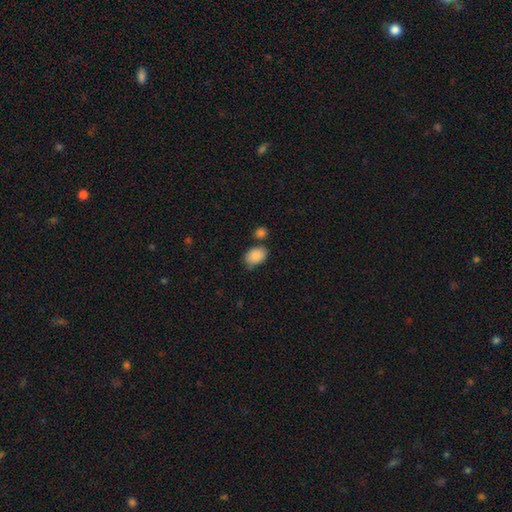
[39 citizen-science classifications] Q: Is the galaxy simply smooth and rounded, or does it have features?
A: smooth — 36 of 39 (92%).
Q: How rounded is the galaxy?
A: in between — 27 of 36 (75%).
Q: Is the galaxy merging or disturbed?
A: none — 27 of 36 (75%).